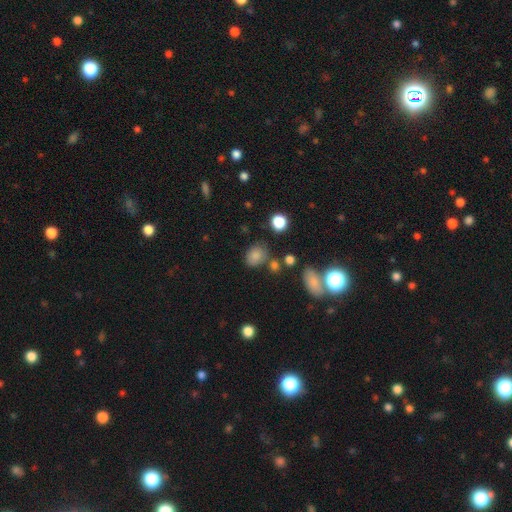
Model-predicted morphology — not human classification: Smooth or featured? smooth (79%)
How rounded? in between (57%)
Merging? none (67%)